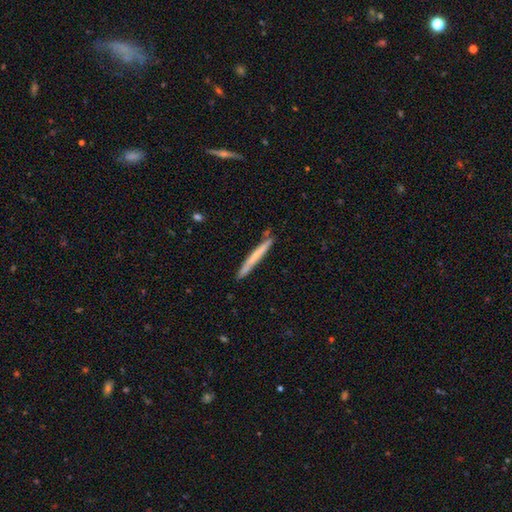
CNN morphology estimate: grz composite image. It shows a smooth galaxy with no disk features (58%) that is cigar-shaped (97%). Merging: none (86%).